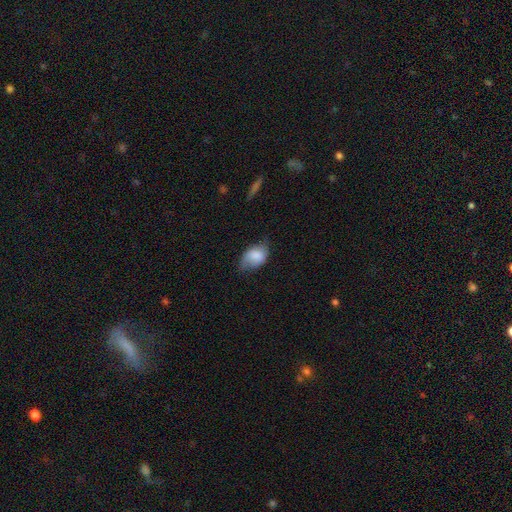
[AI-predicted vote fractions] Smooth or featured?
  - smooth: 78% *
  - featured or disk: 15%
  - star or artifact: 7%
How rounded?
  - in between: 83% *
  - round: 16%
  - cigar-shaped: 1%
Merging?
  - none: 48% *
  - minor disturbance: 39%
  - major disturbance: 11%
  - merger: 2%